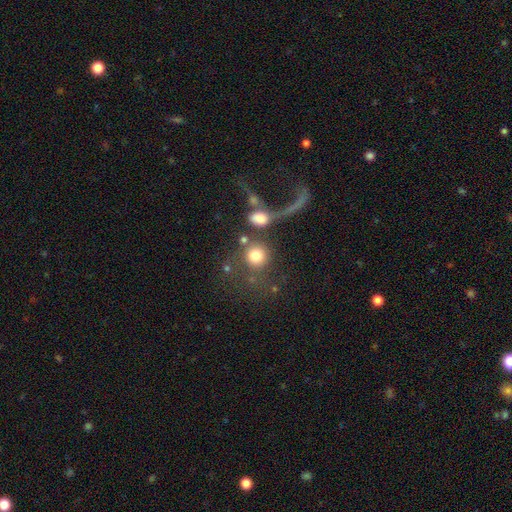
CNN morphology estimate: smooth_or_featured: smooth (p=0.74) [alt: featured or disk p=0.15]
how_rounded: round (p=0.86) [alt: in between p=0.12]
merging: none (p=0.41) [alt: merger p=0.32]